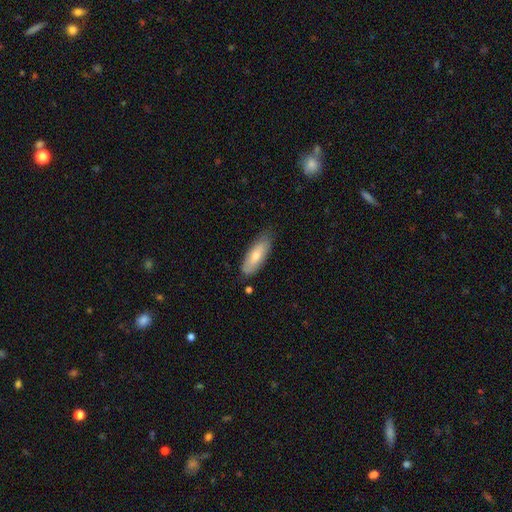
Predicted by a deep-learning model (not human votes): The model was most divided on "how rounded": in between: 65%, cigar-shaped: 33%, round: 2%. More confident: smooth or featured — smooth (75%); merging — none (74%).